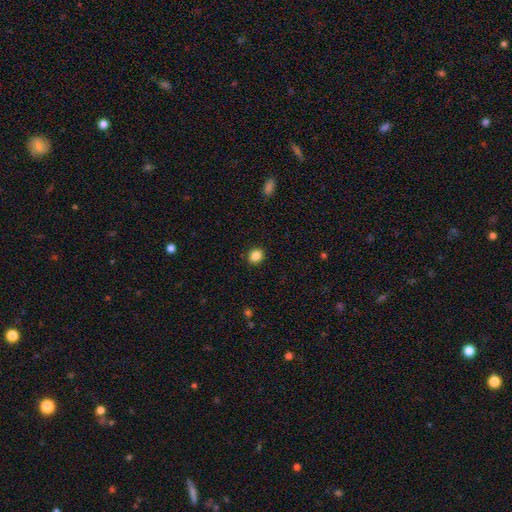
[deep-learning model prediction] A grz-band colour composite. It shows a smooth galaxy with no disk features (86%) that is round (65%). Merging: none (89%).